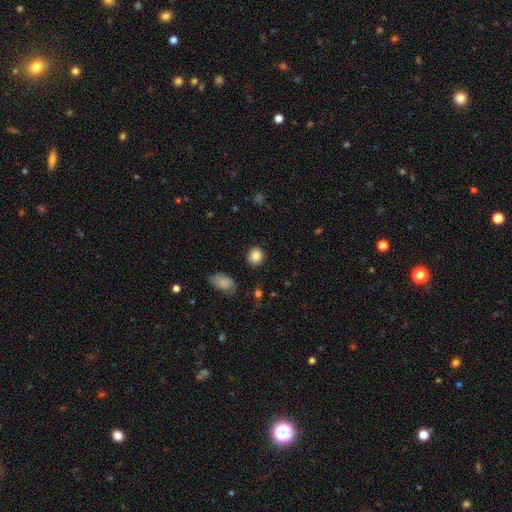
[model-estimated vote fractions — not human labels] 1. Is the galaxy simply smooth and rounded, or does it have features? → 87% smooth, 9% star or artifact, 4% featured or disk.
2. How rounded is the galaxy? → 83% round, 16% in between, 1% cigar-shaped.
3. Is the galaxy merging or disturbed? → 87% none, 9% minor disturbance, 3% major disturbance, 2% merger.